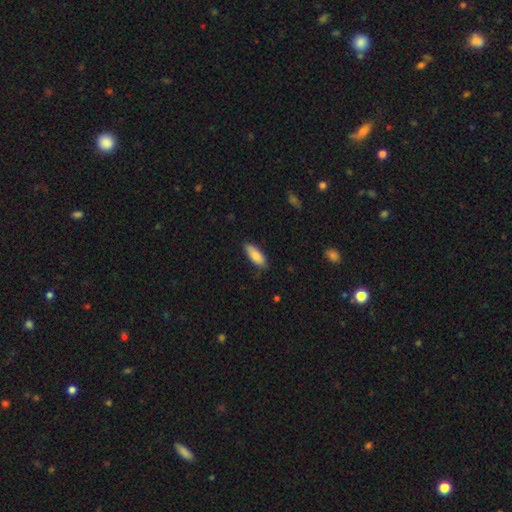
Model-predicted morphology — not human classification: A smooth galaxy with no disk features (84%) that is in between round and cigar-shaped (73%). Merging: none (78%).